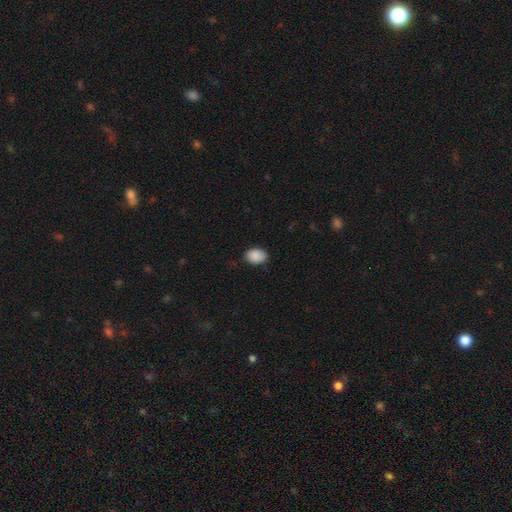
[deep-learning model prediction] Q: Smooth or featured?
A: smooth (90%); runner-up: star or artifact (7%)
Q: How rounded?
A: in between (77%); runner-up: round (22%)
Q: Merging?
A: none (85%); runner-up: minor disturbance (12%)